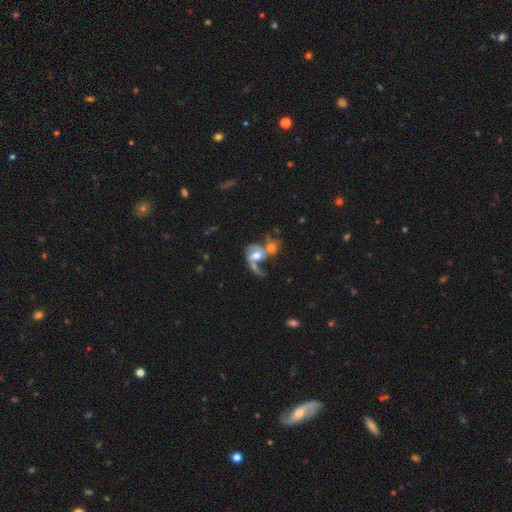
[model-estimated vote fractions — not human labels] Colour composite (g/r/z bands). It shows a featured or disk galaxy (70%) with no bar (53%), 2 (58%) loose (56%) spiral arms (83%) and a moderate central bulge (55%). Merging: merger (64%).